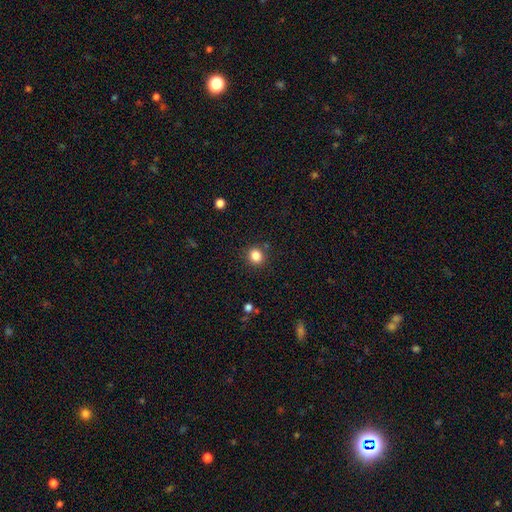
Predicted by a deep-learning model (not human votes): Smooth or featured: smooth — 84% (star or artifact — 12%)
How rounded: round — 84% (in between — 15%)
Merging: none — 88% (minor disturbance — 7%)